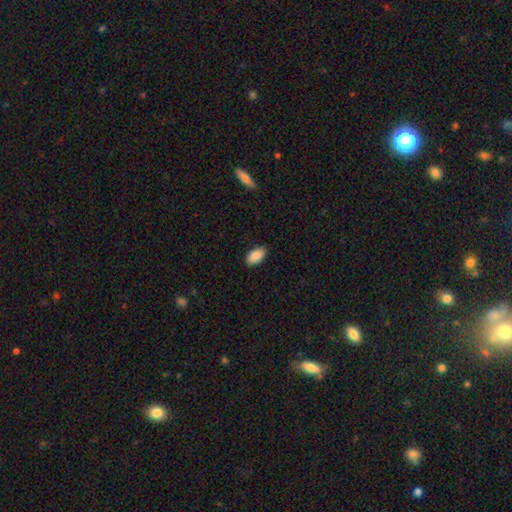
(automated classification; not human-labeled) Q: Smooth or featured?
A: smooth (89%); runner-up: star or artifact (7%)
Q: How rounded?
A: in between (95%); runner-up: round (4%)
Q: Merging?
A: none (88%); runner-up: minor disturbance (9%)